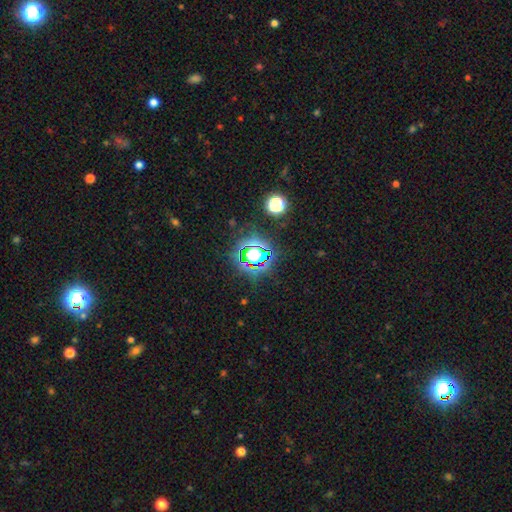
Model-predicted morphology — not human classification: This is likely a star or artifact rather than a galaxy (68%).